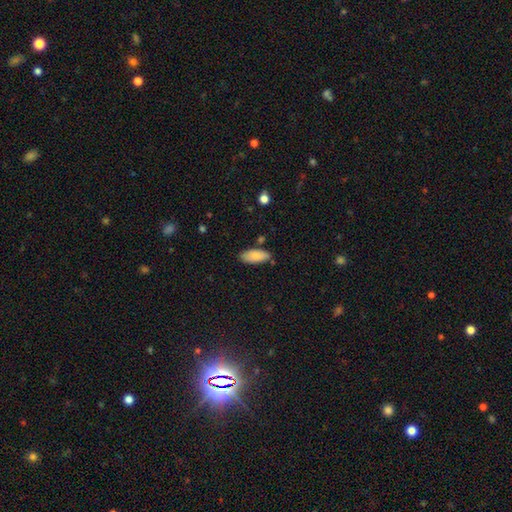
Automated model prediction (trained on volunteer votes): Smooth or featured? smooth (84%)
How rounded? in between (86%)
Merging? none (78%)